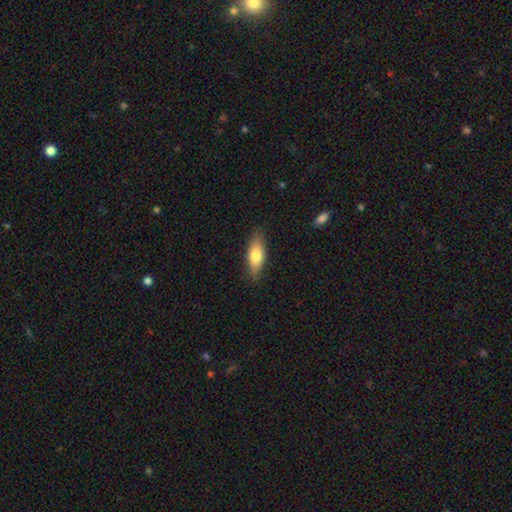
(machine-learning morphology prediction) A smooth galaxy with no disk features (73%) that is in between round and cigar-shaped (69%).

Vote fractions:
- Smooth or featured? smooth: 73% / featured or disk: 21% / star or artifact: 6%
- How rounded? in between: 69% / cigar-shaped: 29% / round: 3%
- Merging? none: 85% / minor disturbance: 12% / major disturbance: 2% / merger: 1%